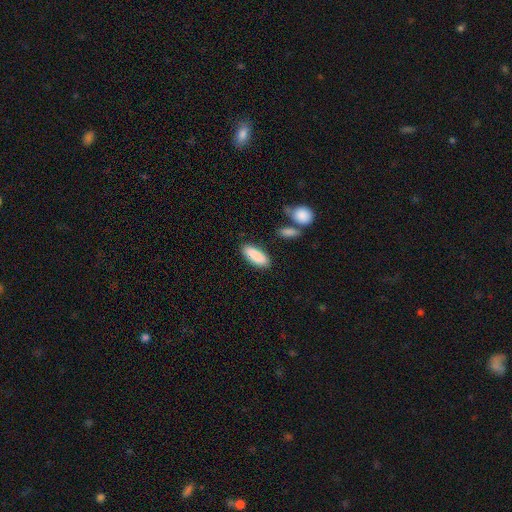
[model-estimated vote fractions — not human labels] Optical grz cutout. It shows a smooth galaxy with no disk features (89%) that is in between round and cigar-shaped (69%). Merging: none (85%).